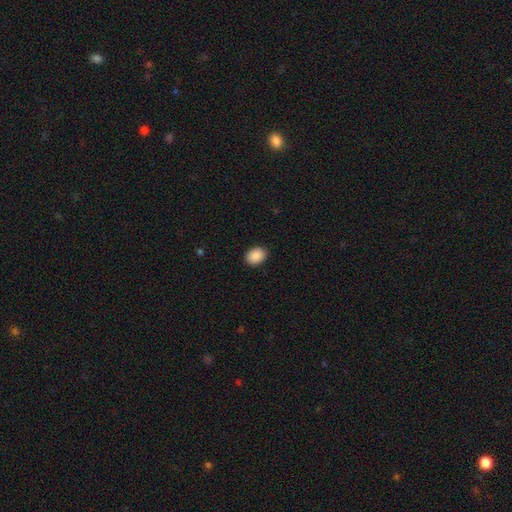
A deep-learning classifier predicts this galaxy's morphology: Smooth or featured?
  - smooth: 90% *
  - star or artifact: 7%
  - featured or disk: 3%
How rounded?
  - in between: 67% *
  - round: 32%
  - cigar-shaped: 1%
Merging?
  - none: 90% *
  - minor disturbance: 7%
  - major disturbance: 2%
  - merger: 1%